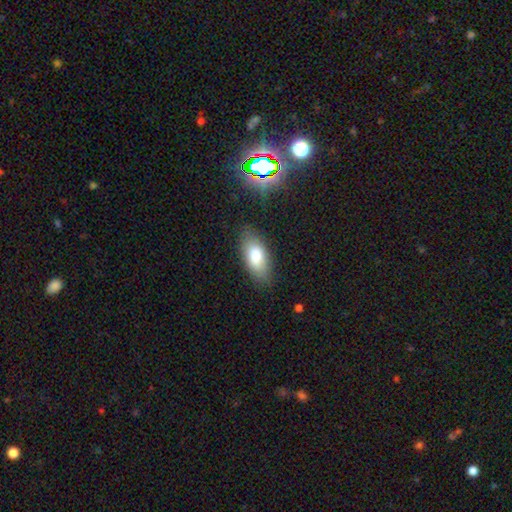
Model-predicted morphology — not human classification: The model was most divided on "smooth or featured": smooth: 77%, featured or disk: 15%, star or artifact: 8%. More confident: how rounded — in between (88%); merging — none (81%).